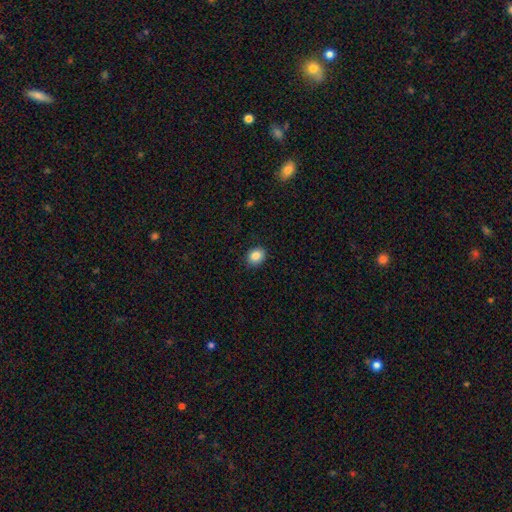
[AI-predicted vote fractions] Morphology: type=smooth (87%); roundness=round (54%); merging=none (87%).